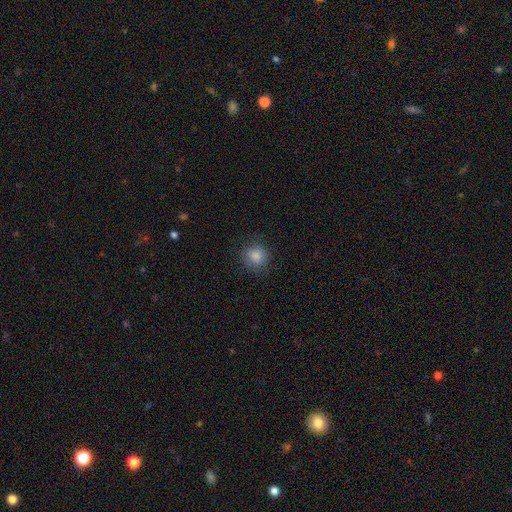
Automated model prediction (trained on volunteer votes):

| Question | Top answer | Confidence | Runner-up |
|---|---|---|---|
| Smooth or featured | smooth | 83% | star or artifact (12%) |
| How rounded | round | 88% | in between (11%) |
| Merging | none | 85% | minor disturbance (11%) |